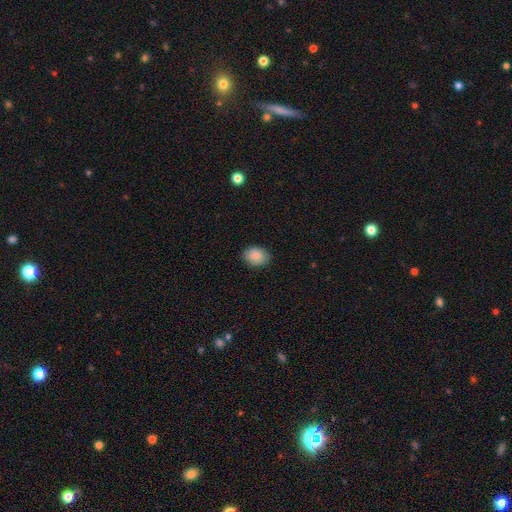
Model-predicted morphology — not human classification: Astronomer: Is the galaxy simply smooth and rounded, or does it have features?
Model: smooth — 83%.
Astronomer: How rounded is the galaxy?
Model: in between — 64%.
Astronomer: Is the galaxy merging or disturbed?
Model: none — 85%.